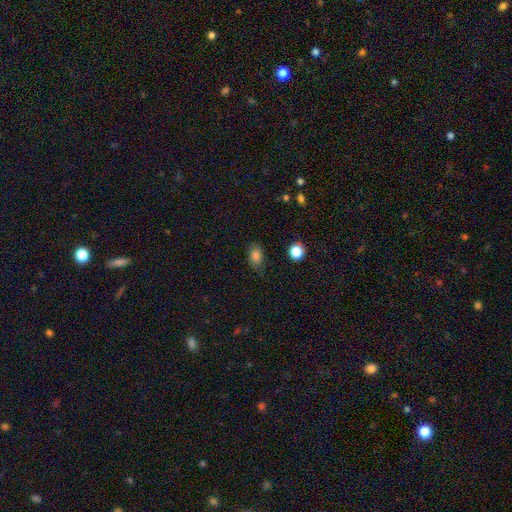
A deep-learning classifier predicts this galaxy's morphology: A smooth galaxy with no disk features (83%) that is in between round and cigar-shaped (80%).

Vote fractions:
- Smooth or featured? smooth: 83% / star or artifact: 12% / featured or disk: 6%
- How rounded? in between: 80% / round: 18% / cigar-shaped: 2%
- Merging? none: 75% / minor disturbance: 19% / major disturbance: 5% / merger: 2%